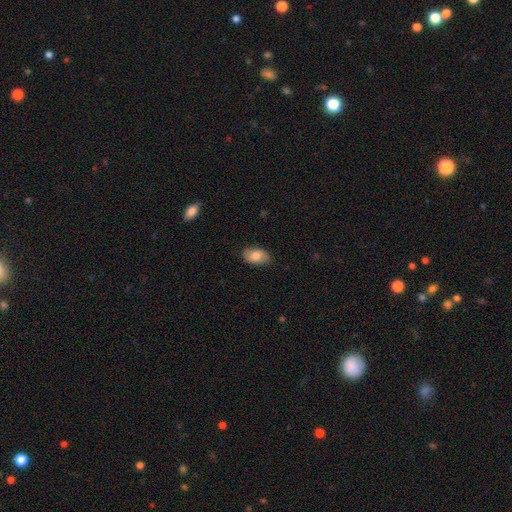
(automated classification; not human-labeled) Smooth or featured?
  - smooth: 81% *
  - featured or disk: 12%
  - star or artifact: 7%
How rounded?
  - in between: 92% *
  - round: 6%
  - cigar-shaped: 2%
Merging?
  - none: 82% *
  - minor disturbance: 14%
  - major disturbance: 3%
  - merger: 1%